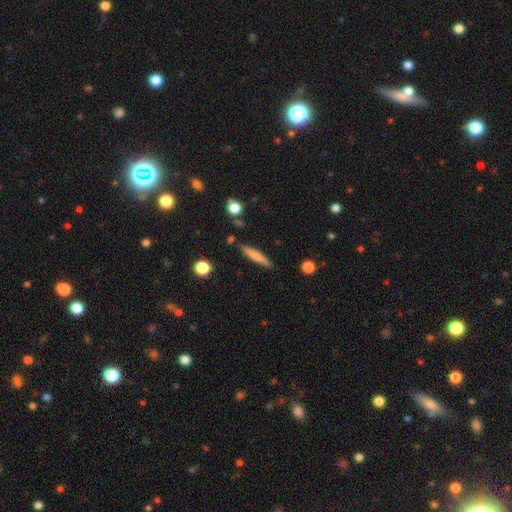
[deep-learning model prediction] This is likely a smooth galaxy (68%). How rounded: clearly cigar-shaped (90%). Merging: clearly none (85%).